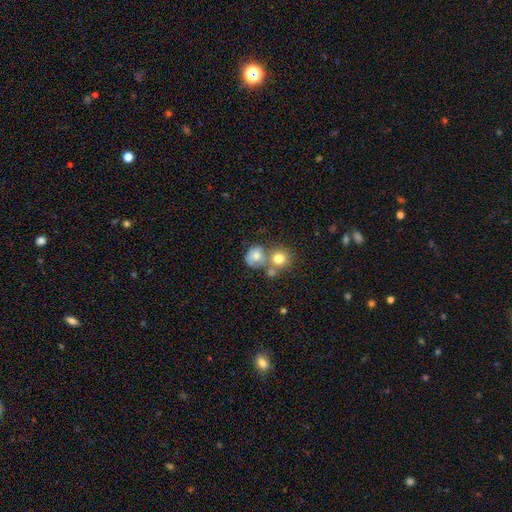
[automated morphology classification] A smooth galaxy with no disk features (69%) that is round (64%).

Vote fractions:
- Smooth or featured? smooth: 69% / featured or disk: 20% / star or artifact: 10%
- How rounded? round: 64% / in between: 35% / cigar-shaped: 1%
- Merging? merger: 52% / none: 28% / minor disturbance: 11% / major disturbance: 8%